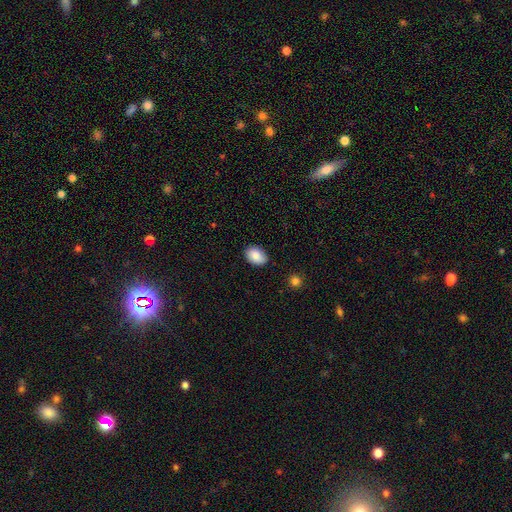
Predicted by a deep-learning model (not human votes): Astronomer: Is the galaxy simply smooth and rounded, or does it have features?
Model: smooth — 87%.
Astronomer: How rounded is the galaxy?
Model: in between — 80%.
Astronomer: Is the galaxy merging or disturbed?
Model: none — 85%.